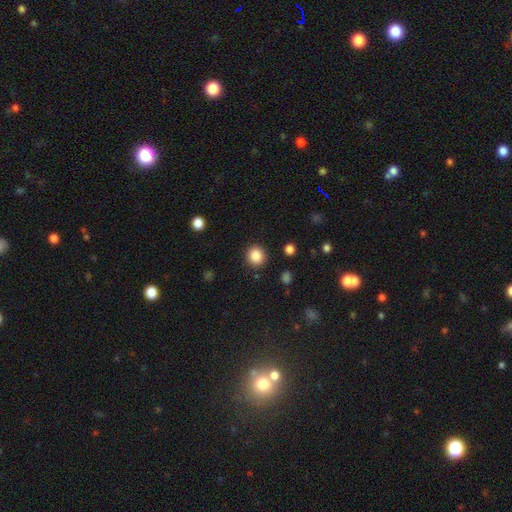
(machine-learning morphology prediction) smooth_or_featured: smooth (p=0.86) [alt: star or artifact p=0.10]
how_rounded: round (p=0.88) [alt: in between p=0.11]
merging: none (p=0.90) [alt: minor disturbance p=0.06]